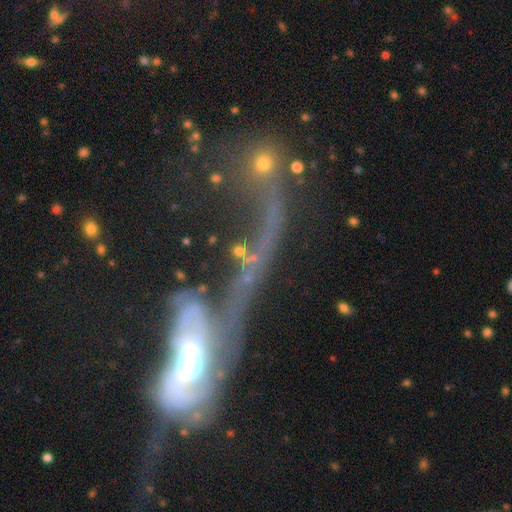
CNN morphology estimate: The model was most divided on "merging": major disturbance: 46%, merger: 37%, none: 10%, minor disturbance: 7%. More confident: edge-on disk — no (87%); smooth or featured — featured or disk (57%).